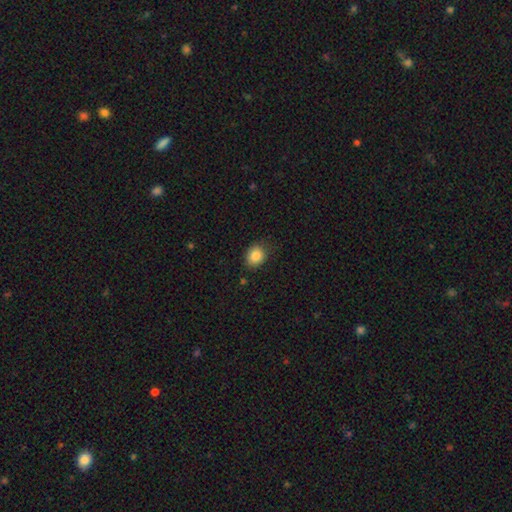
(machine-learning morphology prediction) Smooth or featured: smooth — 85% (star or artifact — 9%)
How rounded: round — 54% (in between — 45%)
Merging: none — 80% (minor disturbance — 15%)